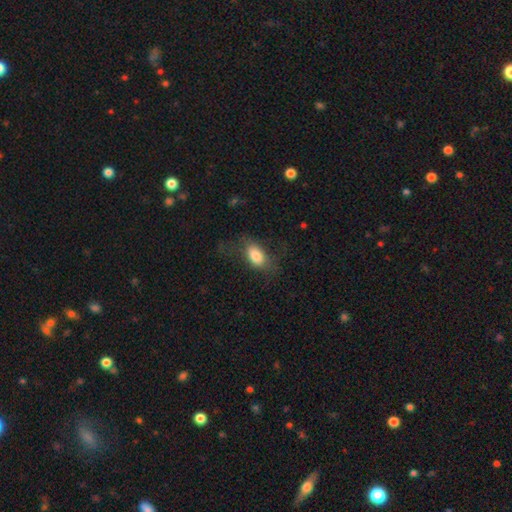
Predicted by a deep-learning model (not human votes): Smooth or featured?
  - smooth: 76% *
  - featured or disk: 16%
  - star or artifact: 8%
How rounded?
  - in between: 89% *
  - round: 7%
  - cigar-shaped: 4%
Merging?
  - none: 55% *
  - minor disturbance: 22%
  - major disturbance: 22%
  - merger: 2%